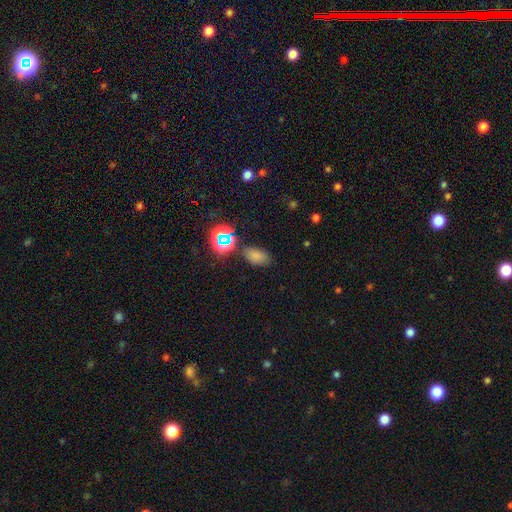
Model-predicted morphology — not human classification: smooth 70%, star or artifact 23%, featured or disk 7%. Down the decision tree: how rounded — in between (89%); merging — none (77%).